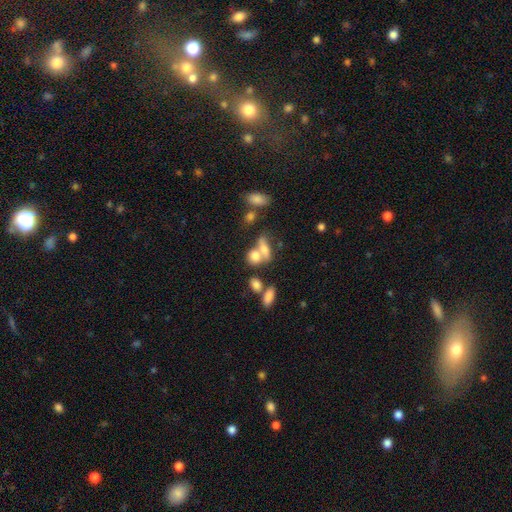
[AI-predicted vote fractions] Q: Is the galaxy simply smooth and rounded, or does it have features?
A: smooth — 70%.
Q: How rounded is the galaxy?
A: in between — 54%.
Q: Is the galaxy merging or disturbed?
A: merger — 47%.